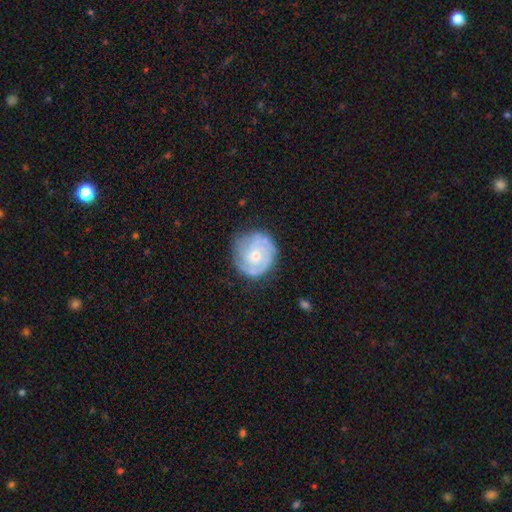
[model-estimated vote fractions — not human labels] Smooth or featured: featured or disk — 68% (smooth — 26%)
Edge-on disk: no — 98% (yes — 2%)
Bar: no — 80% (weak — 18%)
Spiral arms: yes — 82% (no — 18%)
Spiral winding: tight — 62% (medium — 29%)
Spiral arm count: can't tell — 37% (2 — 24%)
Bulge size: moderate — 57% (small — 38%)
Merging: none — 73% (minor disturbance — 20%)